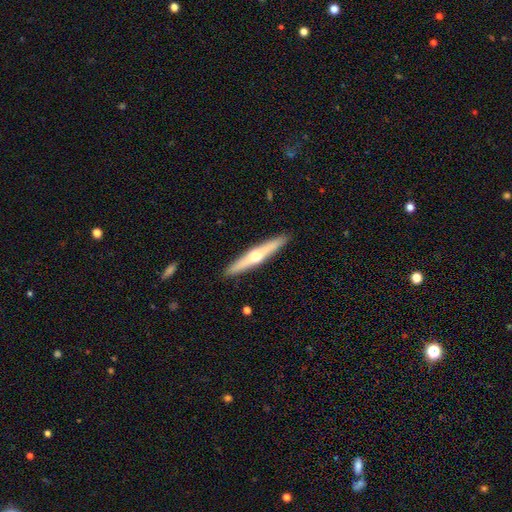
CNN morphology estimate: Smooth or featured? featured or disk (62%)
Edge-on disk? yes (95%)
Edge-on bulge? rounded (92%)
Merging? none (92%)